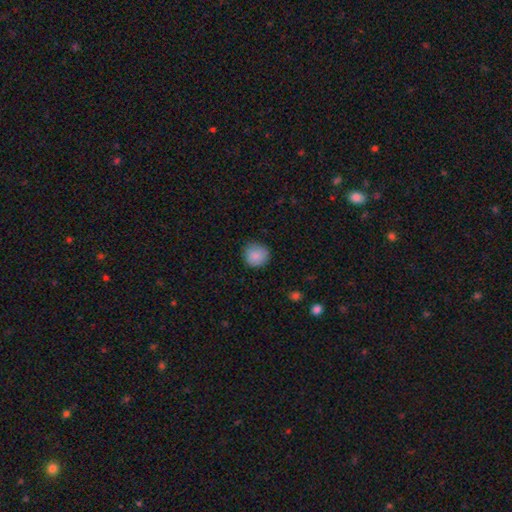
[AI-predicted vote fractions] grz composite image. It shows a smooth galaxy with no disk features (88%) that is round (91%). Merging: none (84%).